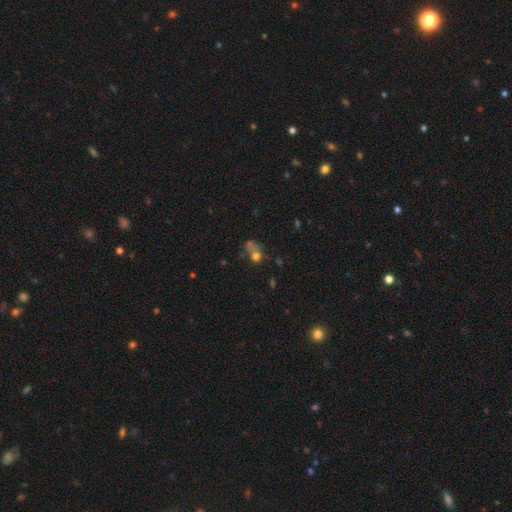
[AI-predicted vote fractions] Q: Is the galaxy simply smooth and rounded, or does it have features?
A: smooth — 62%.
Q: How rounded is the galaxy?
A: round — 67%.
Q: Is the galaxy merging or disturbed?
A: merger — 36%.